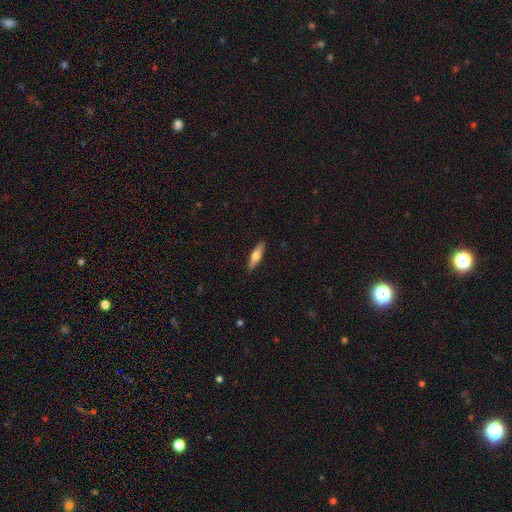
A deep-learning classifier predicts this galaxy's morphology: Smooth or featured?
  - smooth: 56% *
  - featured or disk: 39%
  - star or artifact: 5%
How rounded?
  - cigar-shaped: 67% *
  - in between: 31%
  - round: 2%
Merging?
  - none: 90% *
  - minor disturbance: 7%
  - major disturbance: 2%
  - merger: 1%